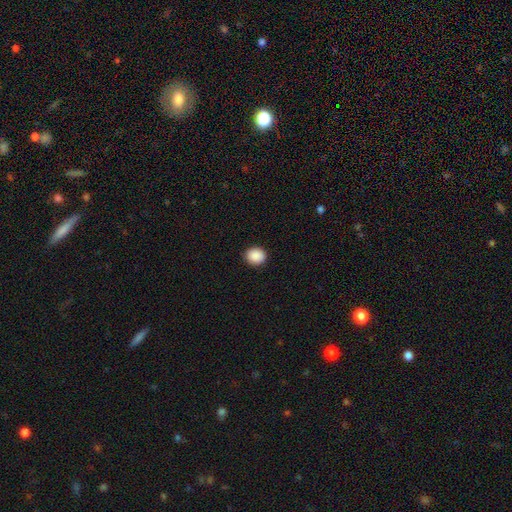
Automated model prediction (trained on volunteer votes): smooth-or-featured: smooth: 89% | star or artifact: 8% | featured or disk: 2%
  how-rounded: round: 74% | in between: 25% | cigar-shaped: 1%
  merging: none: 91% | minor disturbance: 6% | major disturbance: 2% | merger: 1%